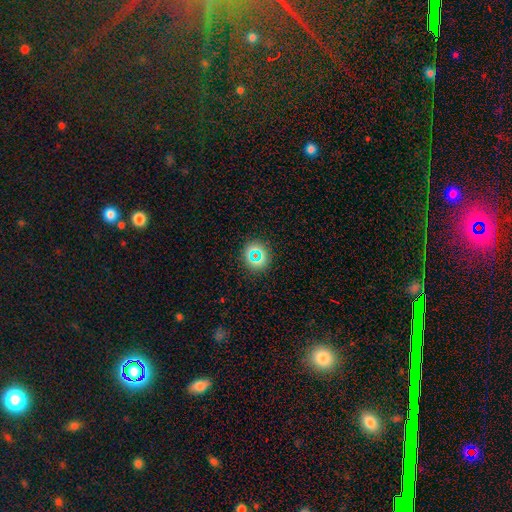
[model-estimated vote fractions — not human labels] A star or artifact, not a galaxy (48%).